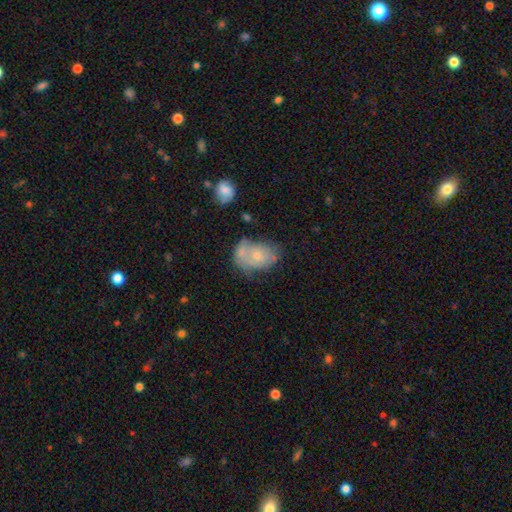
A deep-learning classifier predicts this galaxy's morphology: This appears to be a smooth galaxy with no disk features (51%) that is in between round and cigar-shaped (77%). Merging: none (38%).